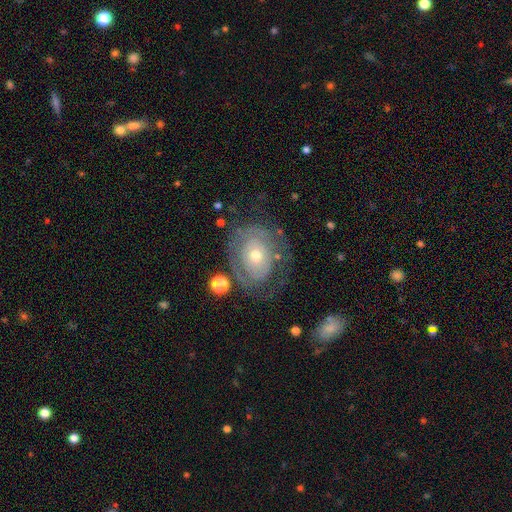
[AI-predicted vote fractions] featured or disk 67%, smooth 26%, star or artifact 8%. Down the decision tree: edge-on disk — no (95%); bar — no (86%); spiral arms — yes (56%); bulge size — small (50%); merging — none (61%).